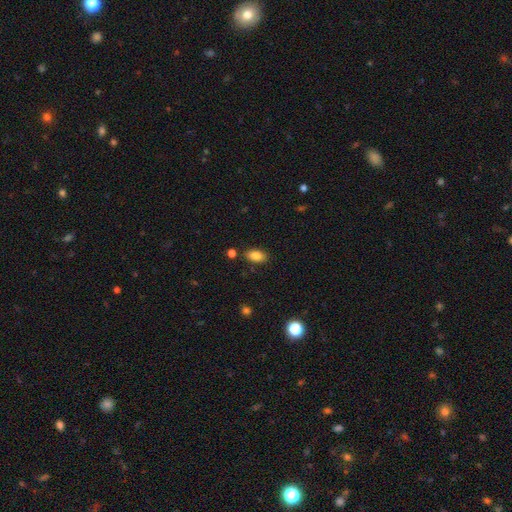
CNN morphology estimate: The model was most divided on "merging": none: 83%, minor disturbance: 10%, merger: 3%, major disturbance: 3%. More confident: how rounded — in between (91%); smooth or featured — smooth (85%).